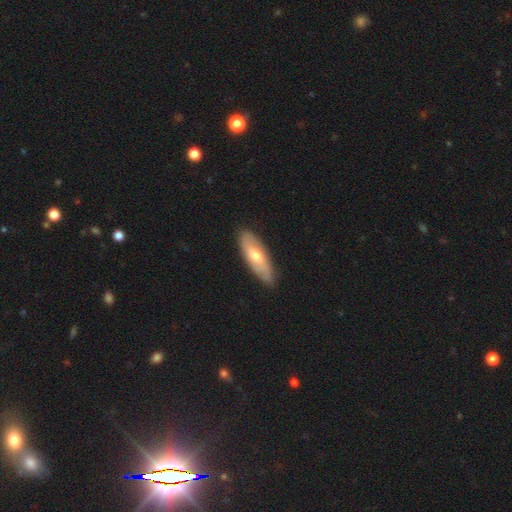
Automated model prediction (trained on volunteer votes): A smooth galaxy with no disk features (49%).

Vote fractions:
- Smooth or featured? smooth: 49% / featured or disk: 45% / star or artifact: 5%
- Merging? none: 84% / minor disturbance: 13% / major disturbance: 2% / merger: 1%